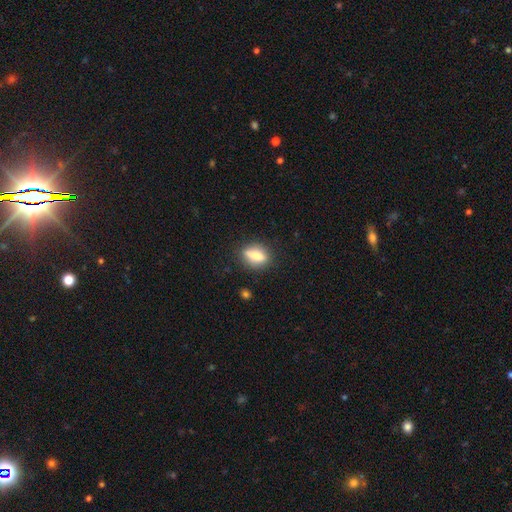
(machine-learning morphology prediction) This appears to be a smooth galaxy with no disk features (68%) that is in between round and cigar-shaped (57%). Merging: none (84%).